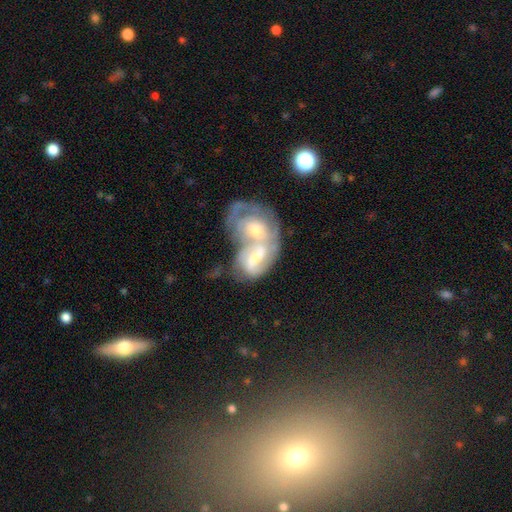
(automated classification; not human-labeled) featured or disk 70%, smooth 22%, star or artifact 8%. Down the decision tree: edge-on disk — no (95%); bar — weak (40%, tied with no); spiral arms — yes (79%); spiral arm count — 2 (53%); spiral winding — tight (44%); bulge size — moderate (55%); merging — merger (79%).